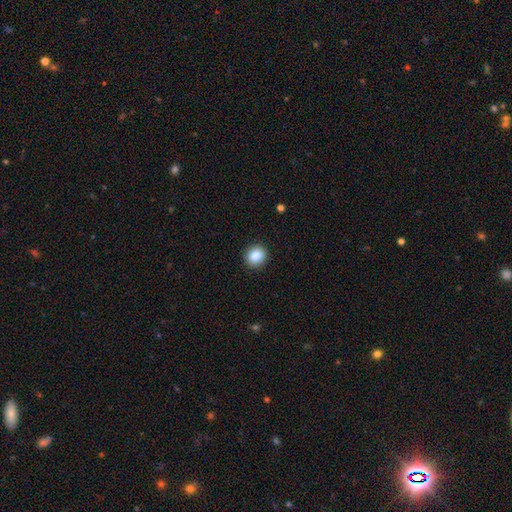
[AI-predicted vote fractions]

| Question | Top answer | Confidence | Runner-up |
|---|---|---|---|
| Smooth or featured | smooth | 87% | star or artifact (9%) |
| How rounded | round | 83% | in between (16%) |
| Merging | none | 92% | minor disturbance (6%) |